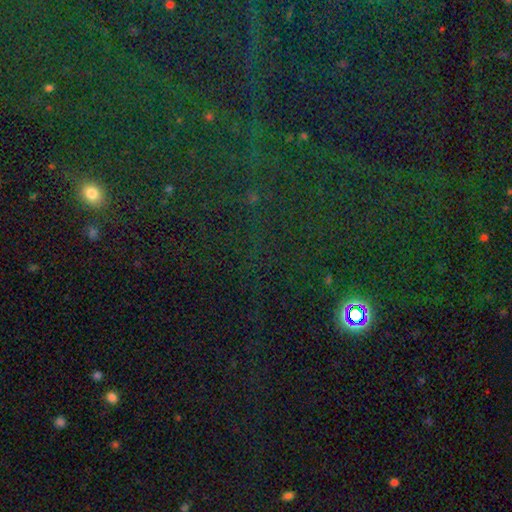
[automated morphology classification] Smooth or featured? star or artifact (78%)